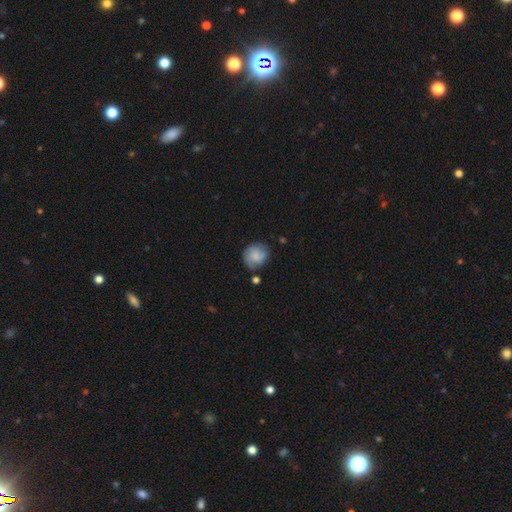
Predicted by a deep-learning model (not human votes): smooth-or-featured: smooth: 62% | featured or disk: 30% | star or artifact: 8%
  how-rounded: round: 77% | in between: 22% | cigar-shaped: 1%
  merging: none: 65% | minor disturbance: 23% | major disturbance: 7% | merger: 5%